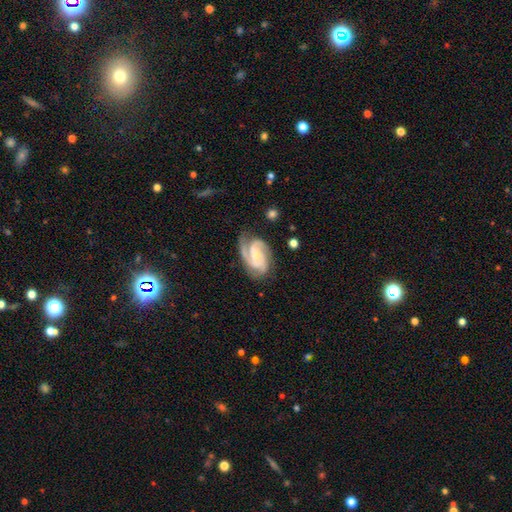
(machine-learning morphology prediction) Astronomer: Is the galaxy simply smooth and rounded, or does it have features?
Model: featured or disk — 89%.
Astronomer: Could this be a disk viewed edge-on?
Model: no — 98%.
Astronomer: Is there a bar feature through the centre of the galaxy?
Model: no — 53% (runner-up: weak, 35%).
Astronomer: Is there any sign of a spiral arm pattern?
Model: yes — 98%.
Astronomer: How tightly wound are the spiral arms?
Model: tight — 49% (runner-up: medium, 43%).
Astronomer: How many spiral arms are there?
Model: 3 — 51% (runner-up: 2, 31%).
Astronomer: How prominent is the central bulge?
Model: small — 59%.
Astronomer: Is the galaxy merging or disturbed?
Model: none — 69%.